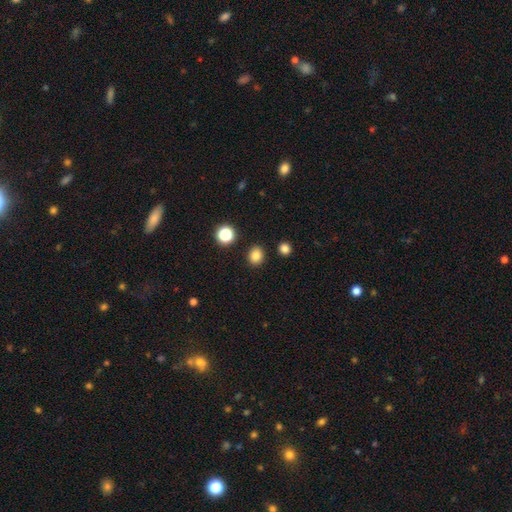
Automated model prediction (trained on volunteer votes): Smooth or featured?
  - smooth: 83% *
  - star or artifact: 13%
  - featured or disk: 5%
How rounded?
  - round: 69% *
  - in between: 30%
  - cigar-shaped: 1%
Merging?
  - none: 88% *
  - minor disturbance: 7%
  - merger: 3%
  - major disturbance: 2%